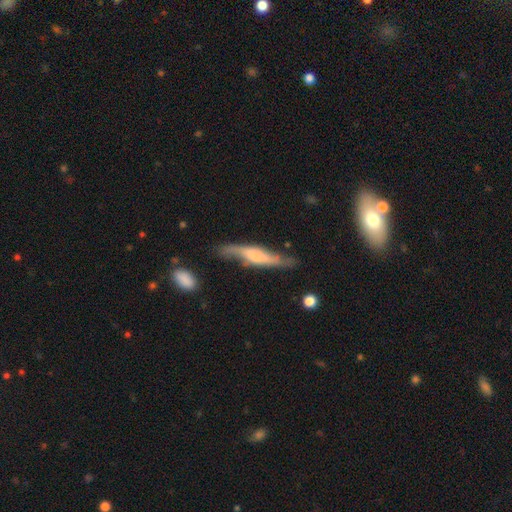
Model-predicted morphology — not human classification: Q: Smooth or featured?
A: featured or disk (63%); runner-up: smooth (31%)
Q: Edge-on disk?
A: yes (62%); runner-up: no (38%)
Q: Merging?
A: none (63%); runner-up: minor disturbance (24%)